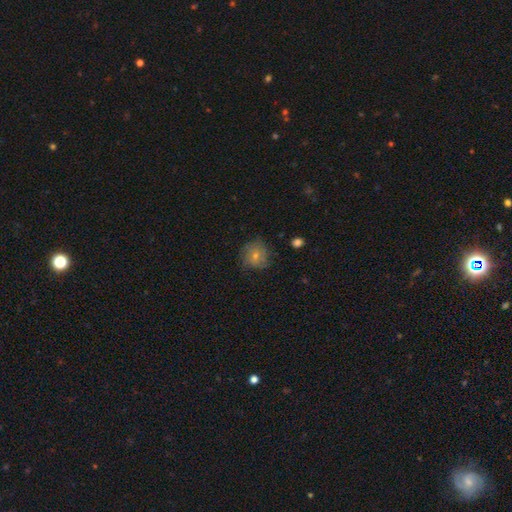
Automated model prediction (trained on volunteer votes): A smooth galaxy with no disk features (70%) that is round (84%). Merging: none (70%).